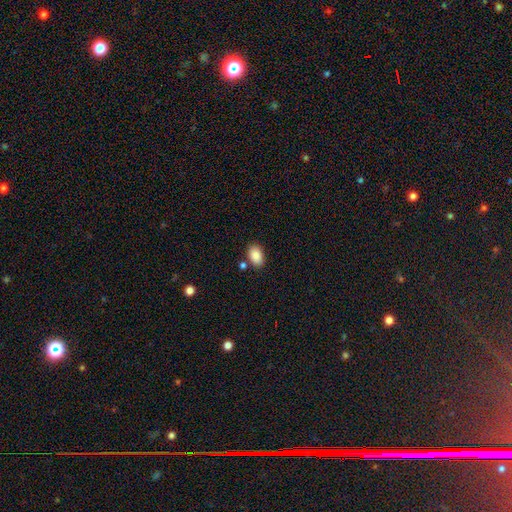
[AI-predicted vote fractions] Morphology: type=smooth (88%); roundness=in between (88%); merging=none (79%).